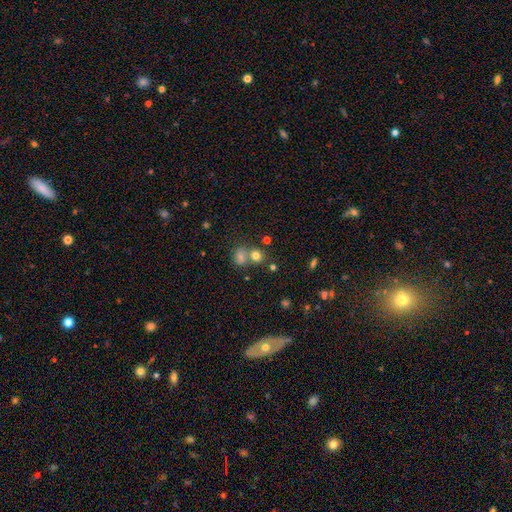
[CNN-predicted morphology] Smooth or featured?
  - smooth: 74% *
  - star or artifact: 16%
  - featured or disk: 10%
How rounded?
  - round: 75% *
  - in between: 23%
  - cigar-shaped: 1%
Merging?
  - none: 51% *
  - merger: 37%
  - minor disturbance: 9%
  - major disturbance: 4%